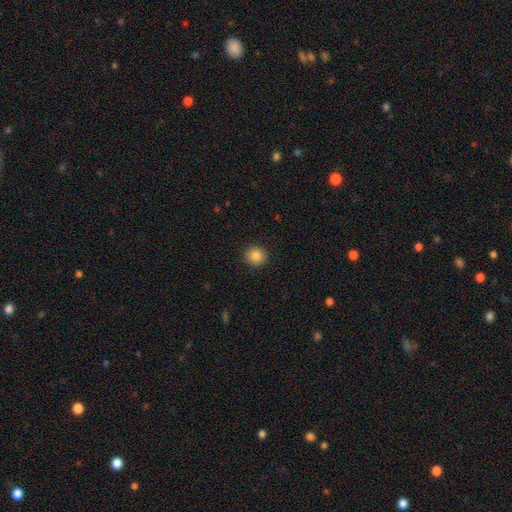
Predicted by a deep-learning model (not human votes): Q: Smooth or featured?
A: smooth (86%); runner-up: star or artifact (10%)
Q: How rounded?
A: round (91%); runner-up: in between (8%)
Q: Merging?
A: none (91%); runner-up: minor disturbance (6%)